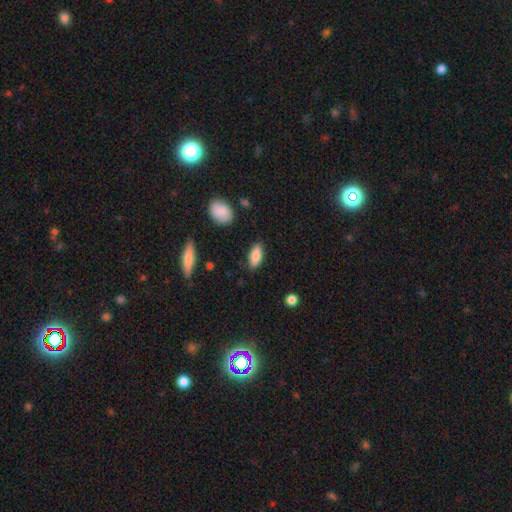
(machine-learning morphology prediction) A smooth galaxy with no disk features (80%) that is in between round and cigar-shaped (79%). Merging: none (85%).